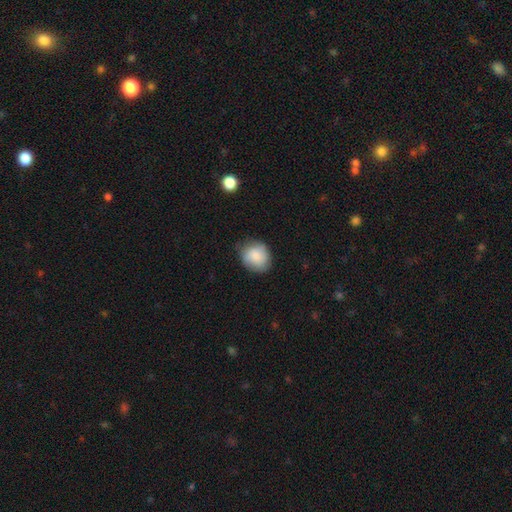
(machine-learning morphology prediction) smooth-or-featured: smooth: 78% | featured or disk: 15% | star or artifact: 7%
  how-rounded: round: 71% | in between: 28% | cigar-shaped: 1%
  merging: none: 74% | minor disturbance: 20% | major disturbance: 4% | merger: 1%